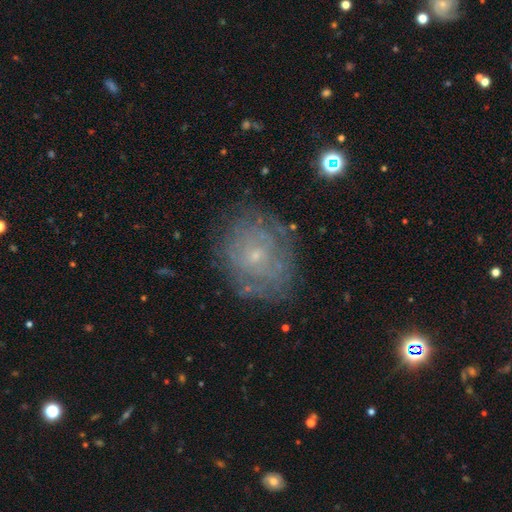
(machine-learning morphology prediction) The model was most divided on "spiral arms": yes: 64%, no: 36%. More confident: edge-on disk — no (96%); bar — no (82%); bulge size — small (80%); merging — none (73%); smooth or featured — featured or disk (62%).